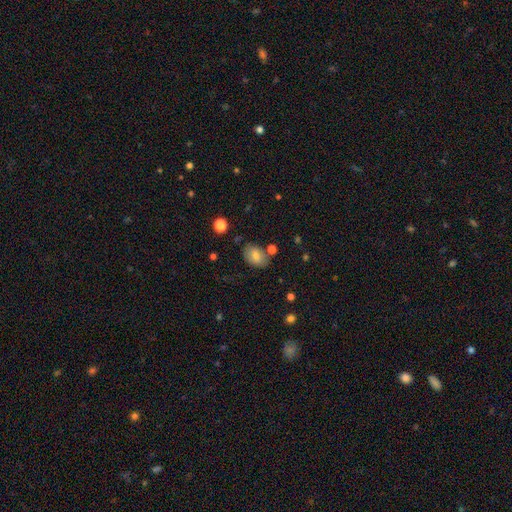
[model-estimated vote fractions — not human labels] A smooth galaxy with no disk features (77%) that is in between round and cigar-shaped (84%). Merging: none (74%).